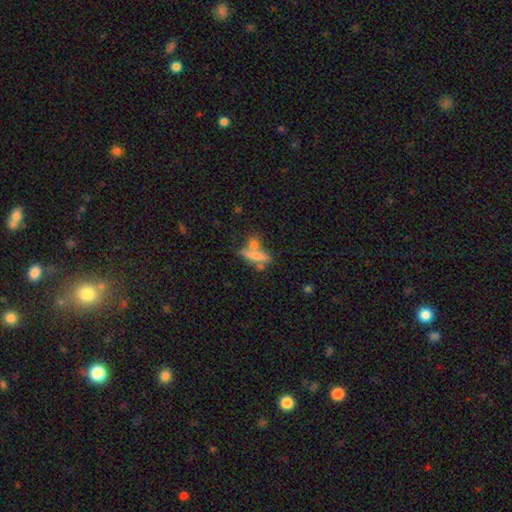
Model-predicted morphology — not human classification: Overall: smooth (61%; featured or disk 29%). How rounded: cigar-shaped (62%; in between 33%). Merging: none (43%; merger 36%).